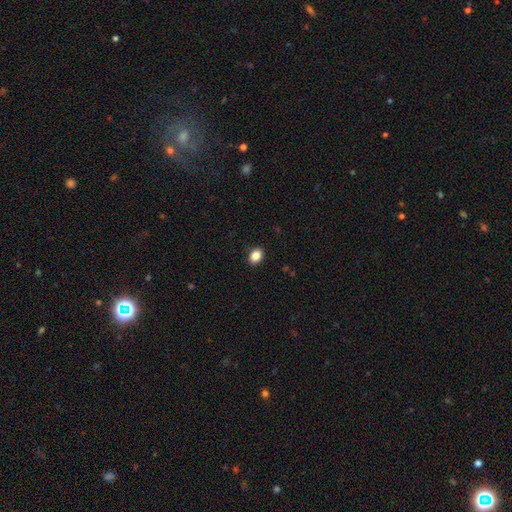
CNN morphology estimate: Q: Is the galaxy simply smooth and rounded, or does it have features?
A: smooth — 86%.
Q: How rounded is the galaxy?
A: in between — 70%.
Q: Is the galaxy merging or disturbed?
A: none — 90%.